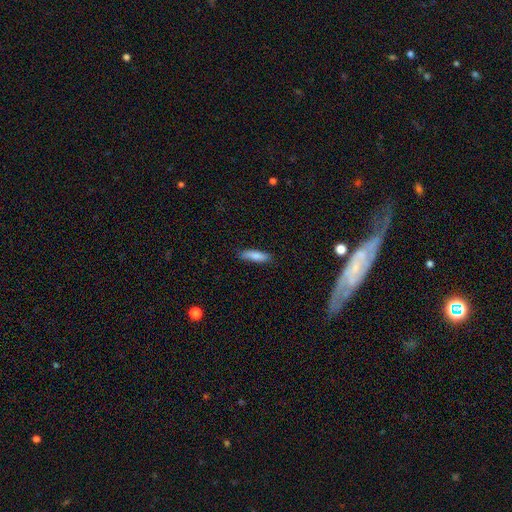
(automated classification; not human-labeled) Morphology: type=smooth (84%); roundness=cigar-shaped (60%); merging=none (81%).